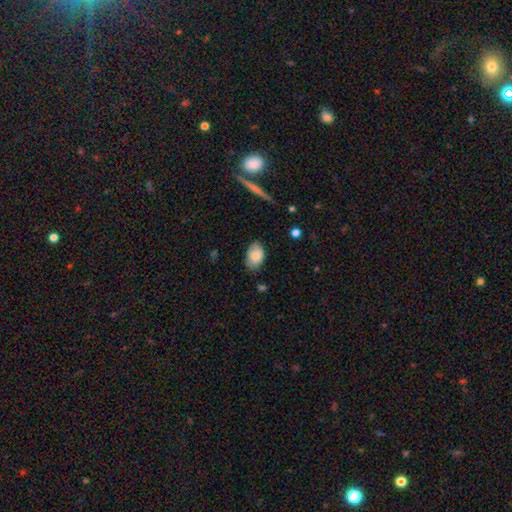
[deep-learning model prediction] smooth 81%, featured or disk 12%, star or artifact 7%. Down the decision tree: how rounded — in between (89%); merging — none (75%).